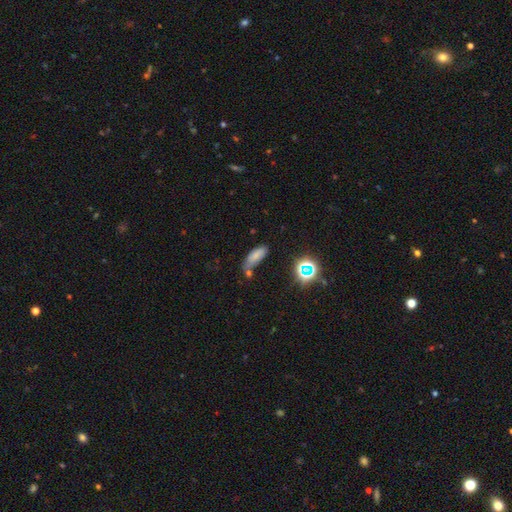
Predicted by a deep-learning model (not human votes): Smooth or featured? Predicted: smooth (p=0.72). How rounded? Predicted: in between (p=0.69). Merging? Predicted: none (p=0.47).